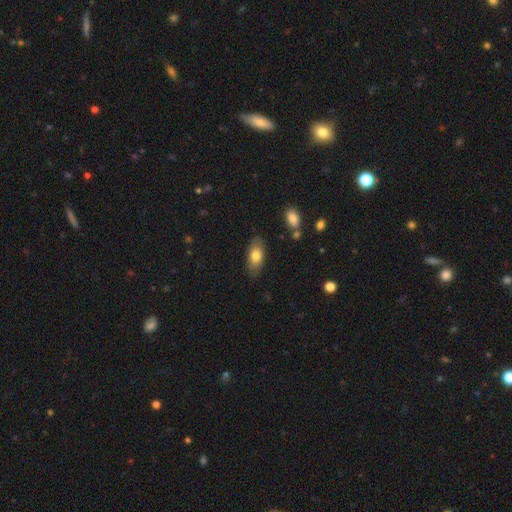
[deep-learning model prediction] Morphology: type=smooth (77%); roundness=in between (90%); merging=none (82%).